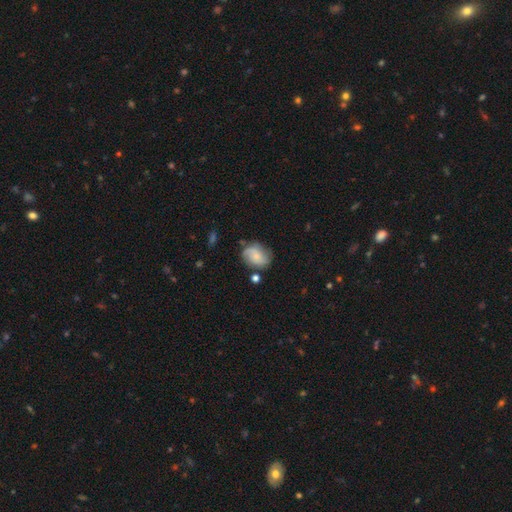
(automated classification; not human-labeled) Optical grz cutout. It shows a featured or disk galaxy (49%). Merging: none (65%).